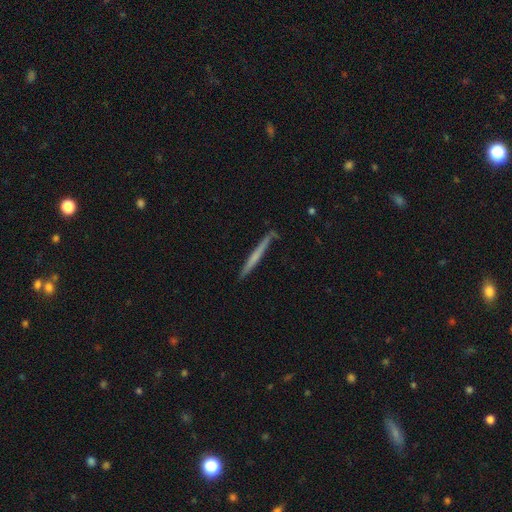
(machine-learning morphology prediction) featured or disk 48%, smooth 47%, star or artifact 6%. Down the decision tree: merging — none (85%).